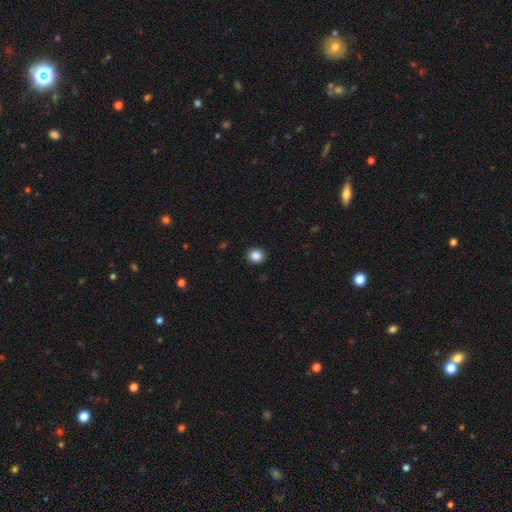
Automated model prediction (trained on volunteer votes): smooth 86%, star or artifact 10%, featured or disk 4%. Down the decision tree: how rounded — round (78%); merging — none (91%).